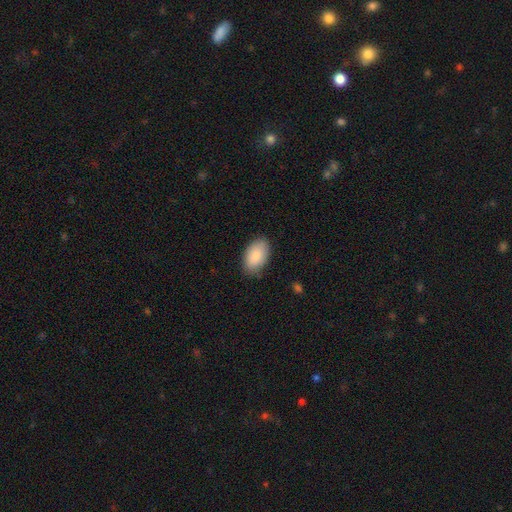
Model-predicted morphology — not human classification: Overall: smooth (87%). How rounded: in between (93%). Merging: none (80%).